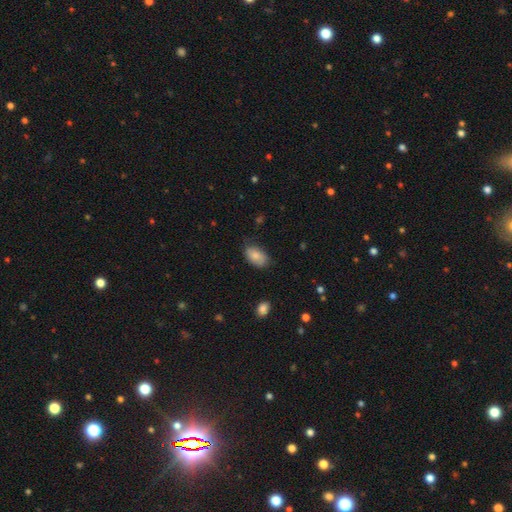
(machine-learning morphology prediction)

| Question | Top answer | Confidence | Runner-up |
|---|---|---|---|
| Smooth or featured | smooth | 80% | featured or disk (13%) |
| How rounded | in between | 92% | round (6%) |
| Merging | none | 67% | minor disturbance (26%) |